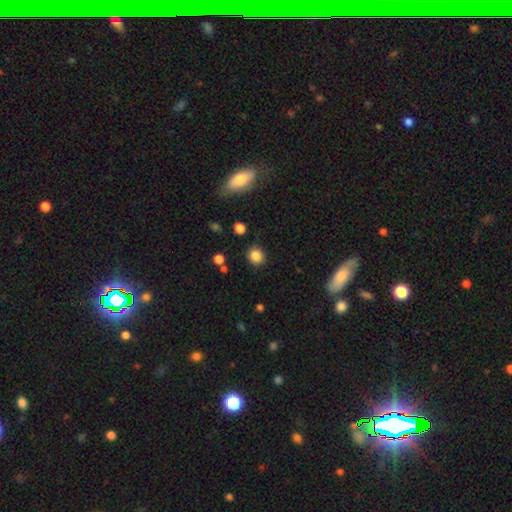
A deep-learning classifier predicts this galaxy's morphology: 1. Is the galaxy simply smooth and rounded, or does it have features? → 85% smooth, 11% star or artifact, 4% featured or disk.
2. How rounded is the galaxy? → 87% round, 12% in between, 1% cigar-shaped.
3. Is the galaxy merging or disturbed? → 86% none, 9% minor disturbance, 3% major disturbance, 3% merger.